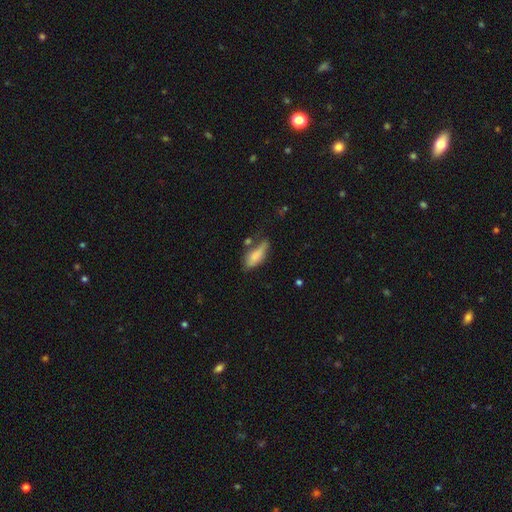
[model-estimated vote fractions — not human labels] Morphology: type=smooth (77%); roundness=in between (66%); merging=none (45%).